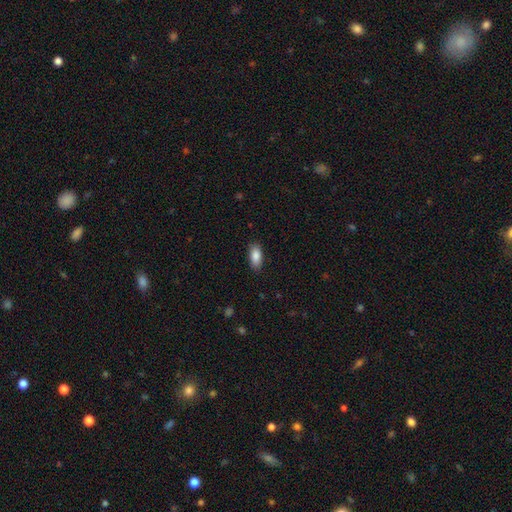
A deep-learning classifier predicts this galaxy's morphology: Smooth or featured: smooth — 87% (star or artifact — 7%)
How rounded: in between — 89% (cigar-shaped — 8%)
Merging: none — 85% (minor disturbance — 11%)